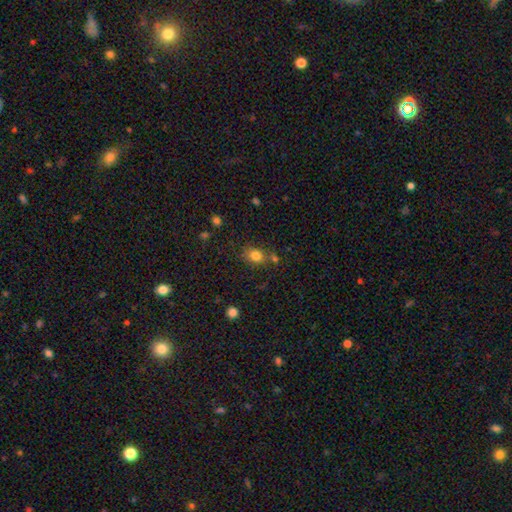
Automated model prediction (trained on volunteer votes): smooth 81%, star or artifact 12%, featured or disk 7%. Down the decision tree: how rounded — round (56%); merging — none (67%).